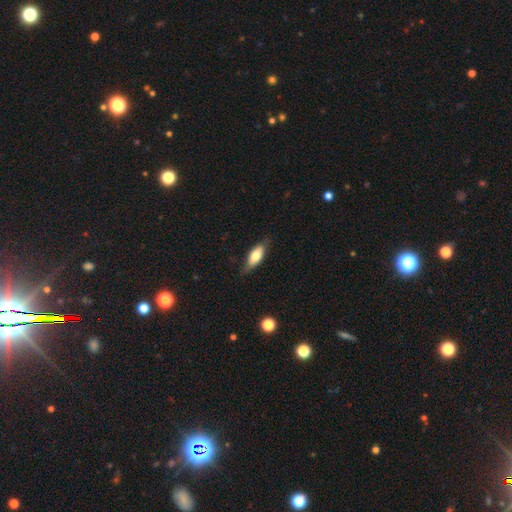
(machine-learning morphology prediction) smooth 67%, featured or disk 27%, star or artifact 6%. Down the decision tree: how rounded — in between (75%); merging — none (74%).